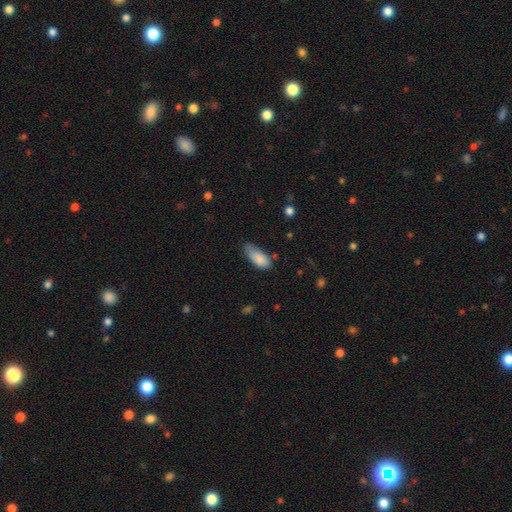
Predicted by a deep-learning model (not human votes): Overall: smooth (85%). How rounded: in between (85%). Merging: none (48%; minor disturbance 40%).